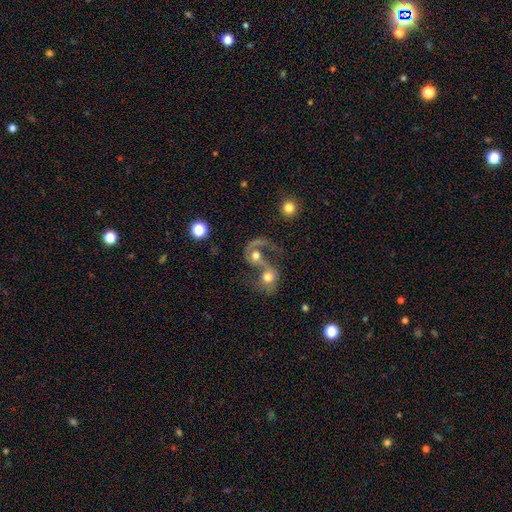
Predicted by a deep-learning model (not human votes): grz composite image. It shows a featured or disk galaxy (60%) with no bar (72%), spiral arms (76%) and a moderate central bulge (54%). Merging: merger (78%).